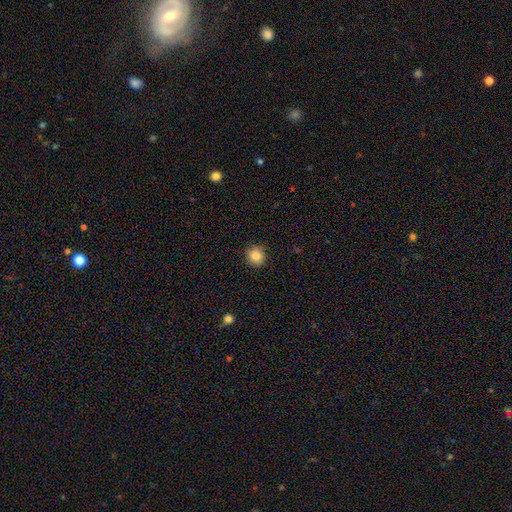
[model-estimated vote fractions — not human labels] This appears to be a smooth galaxy with no disk features (85%) that is round (90%). Merging: none (89%).